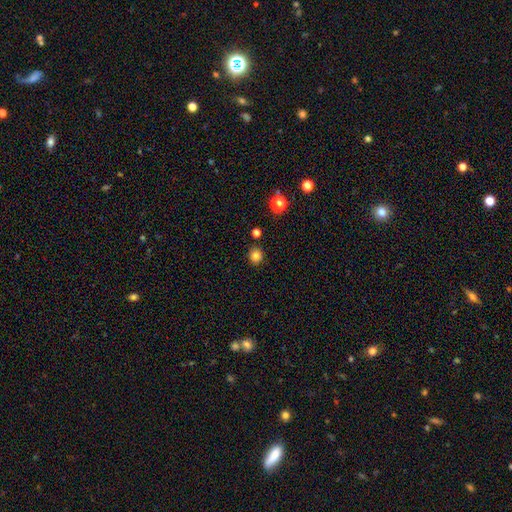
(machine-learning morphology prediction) smooth_or_featured: smooth (p=0.81) [alt: star or artifact p=0.14]
how_rounded: round (p=0.82) [alt: in between p=0.17]
merging: none (p=0.88) [alt: minor disturbance p=0.08]